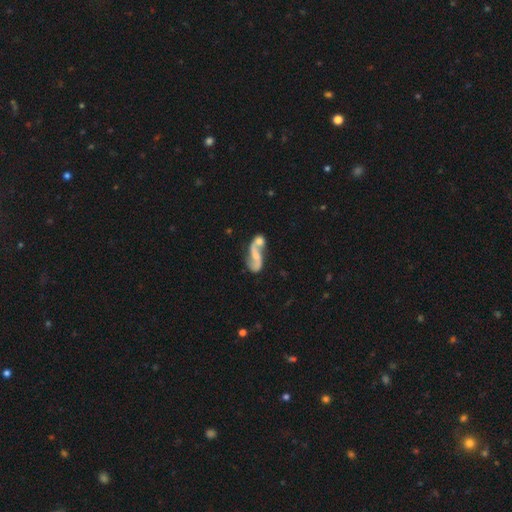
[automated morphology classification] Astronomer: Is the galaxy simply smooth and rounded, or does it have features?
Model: featured or disk — 73%.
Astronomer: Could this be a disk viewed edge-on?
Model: no — 95%.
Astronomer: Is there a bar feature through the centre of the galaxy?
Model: no — 49% (runner-up: weak, 37%).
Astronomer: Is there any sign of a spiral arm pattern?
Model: yes — 86%.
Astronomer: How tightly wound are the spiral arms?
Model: loose — 77%.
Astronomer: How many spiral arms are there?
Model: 2 — 85%.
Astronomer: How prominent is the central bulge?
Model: small — 40% (runner-up: none, 31%).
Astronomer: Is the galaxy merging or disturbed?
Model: merger — 47% (runner-up: none, 30%).